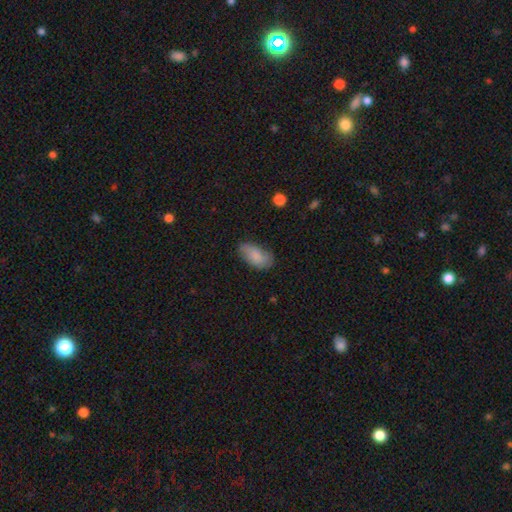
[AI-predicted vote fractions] A smooth galaxy with no disk features (82%) that is in between round and cigar-shaped (94%).

Vote fractions:
- Smooth or featured? smooth: 82% / featured or disk: 12% / star or artifact: 7%
- How rounded? in between: 94% / cigar-shaped: 3% / round: 3%
- Merging? none: 71% / minor disturbance: 22% / major disturbance: 5% / merger: 2%